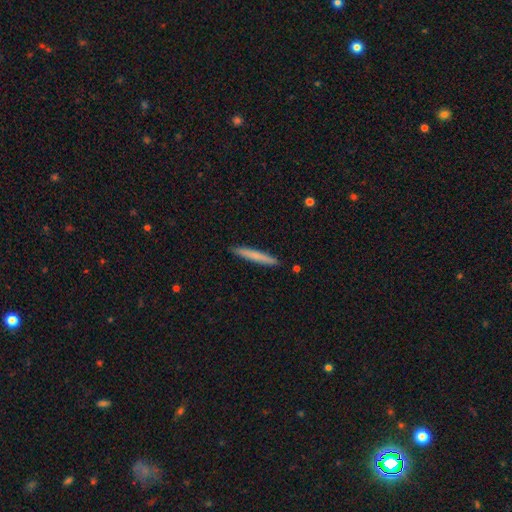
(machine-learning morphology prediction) Smooth or featured? Predicted: smooth (p=0.72). How rounded? Predicted: cigar-shaped (p=0.96). Merging? Predicted: none (p=0.91).